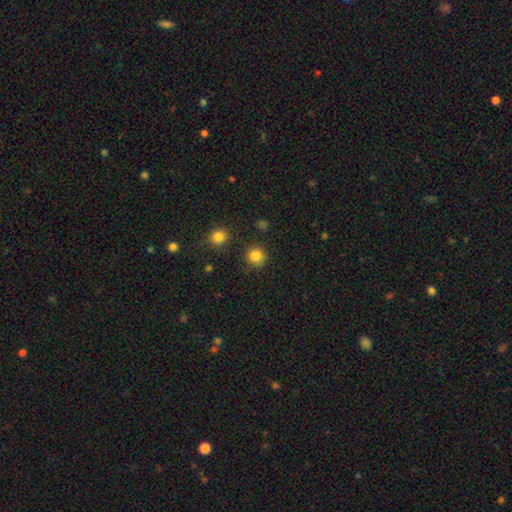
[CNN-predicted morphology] This is clearly a smooth galaxy (84%). How rounded: clearly round (93%). Merging: clearly none (88%).